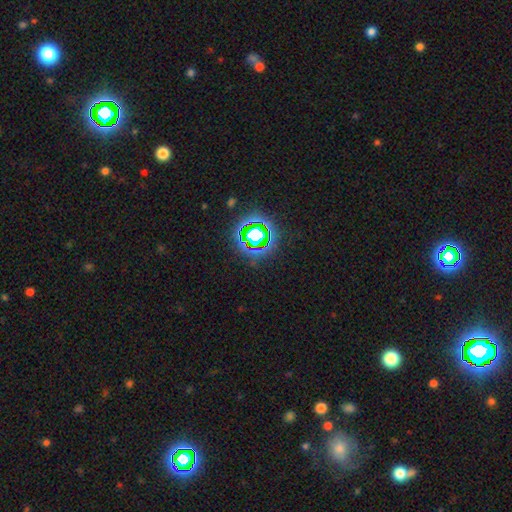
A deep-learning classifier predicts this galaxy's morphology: This is likely a star or artifact rather than a galaxy (76%).